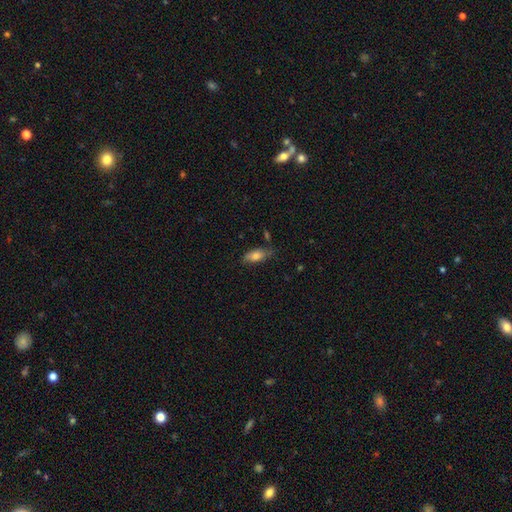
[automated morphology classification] Smooth or featured?
  - smooth: 72% *
  - featured or disk: 19%
  - star or artifact: 9%
How rounded?
  - in between: 82% *
  - cigar-shaped: 14%
  - round: 4%
Merging?
  - none: 68% *
  - minor disturbance: 23%
  - major disturbance: 6%
  - merger: 4%